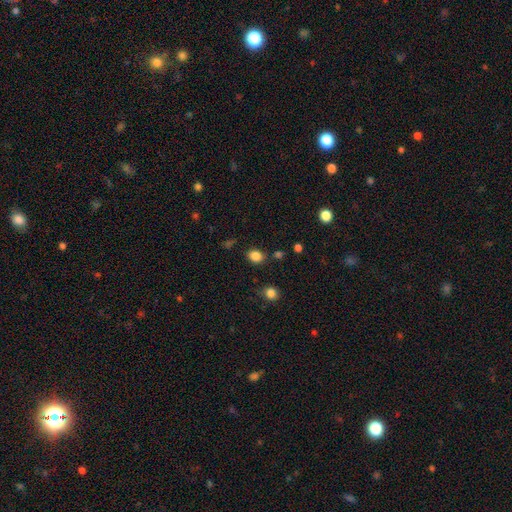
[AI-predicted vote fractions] Smooth or featured?
  - smooth: 85% *
  - star or artifact: 11%
  - featured or disk: 4%
How rounded?
  - round: 52% *
  - in between: 47%
  - cigar-shaped: 1%
Merging?
  - none: 83% *
  - minor disturbance: 10%
  - merger: 4%
  - major disturbance: 3%